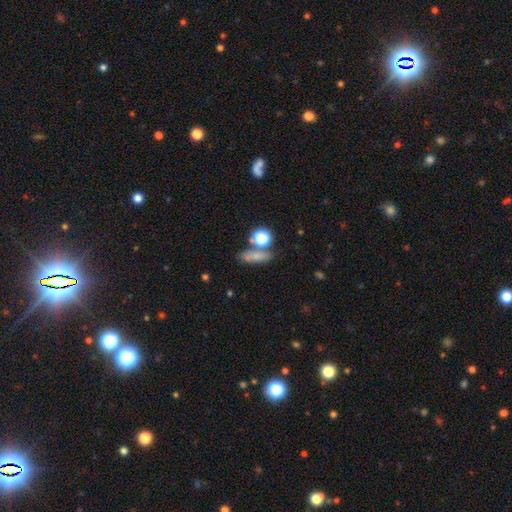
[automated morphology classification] Smooth or featured?
  - smooth: 71% *
  - star or artifact: 15%
  - featured or disk: 15%
How rounded?
  - in between: 41% *
  - cigar-shaped: 35%
  - round: 24%
Merging?
  - none: 61% *
  - merger: 19%
  - minor disturbance: 14%
  - major disturbance: 6%